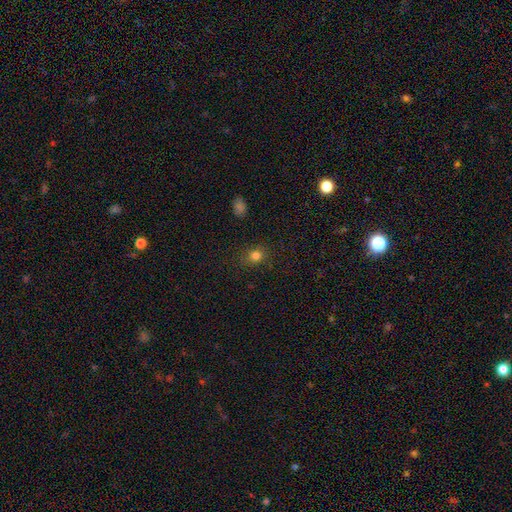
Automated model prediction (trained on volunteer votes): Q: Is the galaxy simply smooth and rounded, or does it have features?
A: smooth — 79%.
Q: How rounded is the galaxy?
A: round — 66%.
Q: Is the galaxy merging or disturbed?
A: none — 84%.